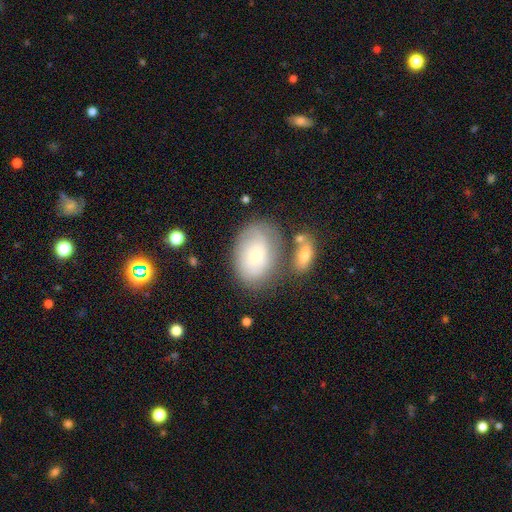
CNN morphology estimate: This is possibly a smooth galaxy (54%). How rounded: likely in between (79%). Merging: likely none (61%).